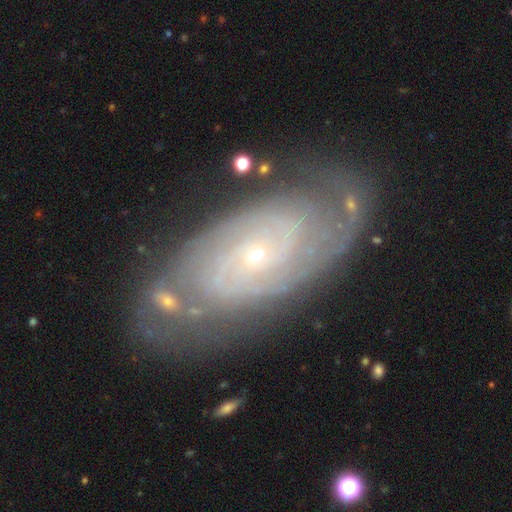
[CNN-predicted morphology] type=featured or disk (86%); edge-on=no (95%); bar=no (73%); spiral arms=yes (95%); winding=tight (72%); arm count=2 (37%); bulge=small (82%); merging=none (73%).